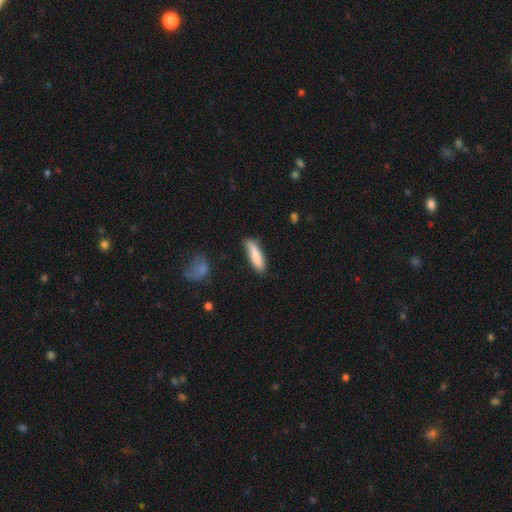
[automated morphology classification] A smooth galaxy with no disk features (81%) that is cigar-shaped (70%).

Vote fractions:
- Smooth or featured? smooth: 81% / featured or disk: 14% / star or artifact: 6%
- How rounded? cigar-shaped: 70% / in between: 28% / round: 2%
- Merging? none: 76% / minor disturbance: 18% / major disturbance: 4% / merger: 3%